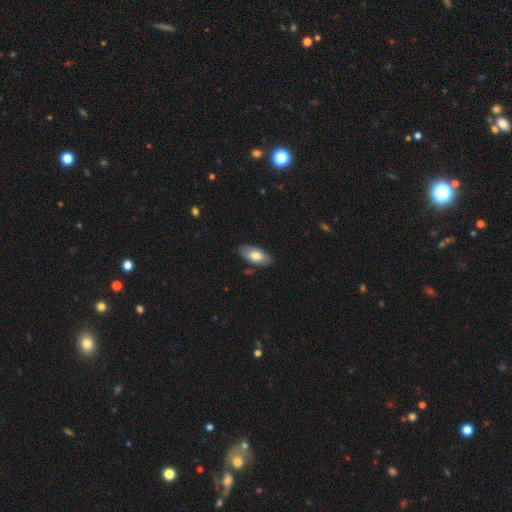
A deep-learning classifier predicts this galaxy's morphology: Smooth or featured? smooth (73%)
How rounded? in between (93%)
Merging? none (84%)